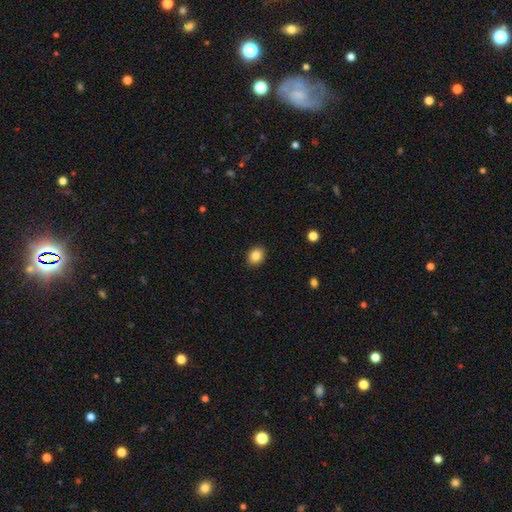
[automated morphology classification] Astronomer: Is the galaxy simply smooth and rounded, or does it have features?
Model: smooth — 85%.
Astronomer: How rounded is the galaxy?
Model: round — 51% (runner-up: in between, 48%).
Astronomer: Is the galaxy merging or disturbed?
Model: none — 90%.